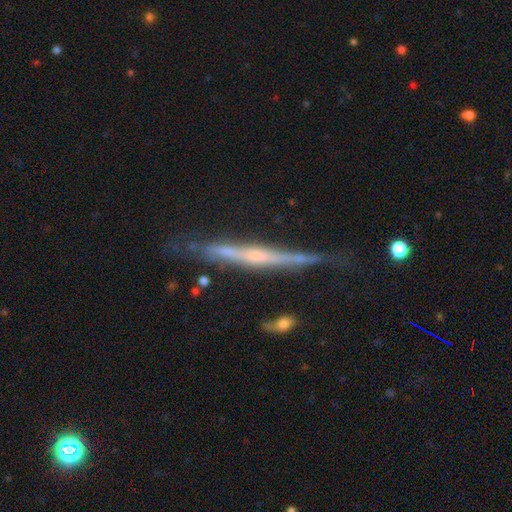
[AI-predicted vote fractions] featured or disk 78%, smooth 16%, star or artifact 6%. Down the decision tree: edge-on disk — yes (95%); edge-on bulge — rounded (47%); merging — none (68%).